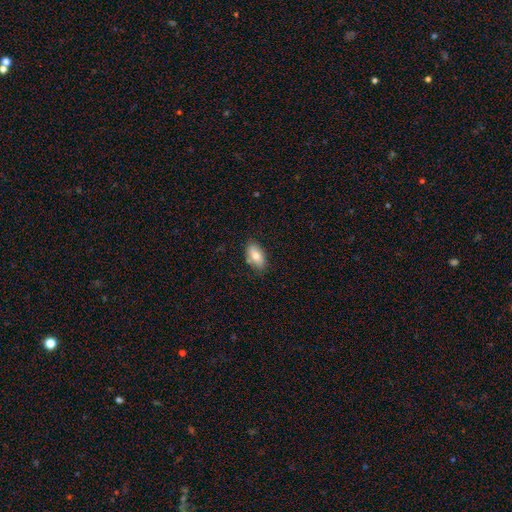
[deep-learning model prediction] smooth 74%, featured or disk 18%, star or artifact 7%. Down the decision tree: how rounded — in between (91%); merging — none (80%).